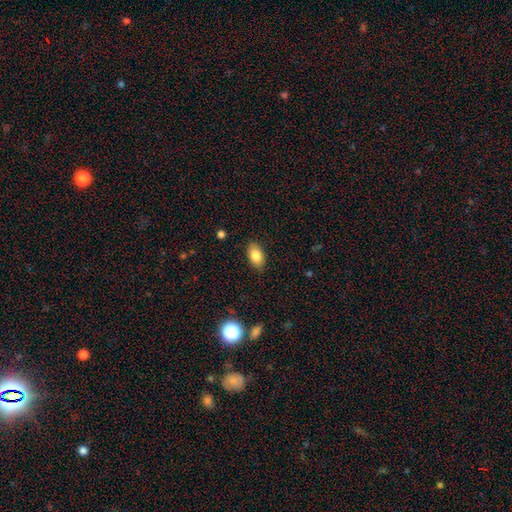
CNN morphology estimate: This is clearly a smooth galaxy (83%). How rounded: clearly in between (90%). Merging: clearly none (85%).